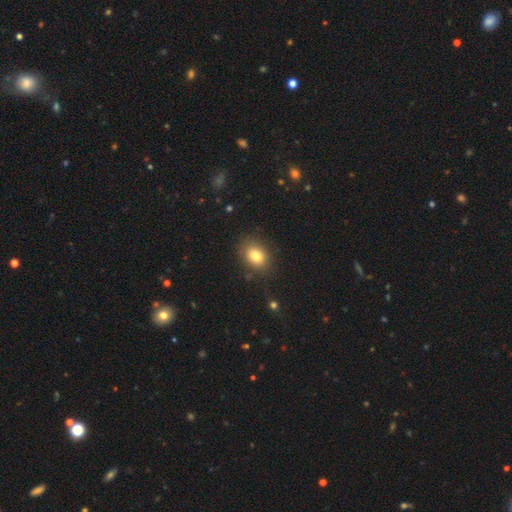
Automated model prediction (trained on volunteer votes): The model was most divided on "how rounded": in between: 62%, round: 37%, cigar-shaped: 1%. More confident: merging — none (82%); smooth or featured — smooth (80%).